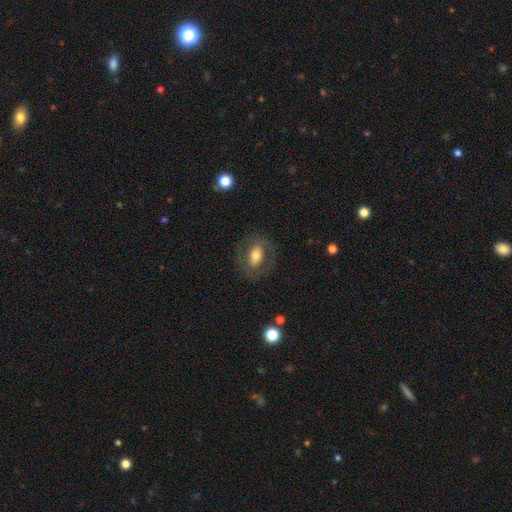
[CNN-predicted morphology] Smooth or featured? Predicted: smooth (p=0.56). How rounded? Predicted: in between (p=0.75). Merging? Predicted: none (p=0.77).